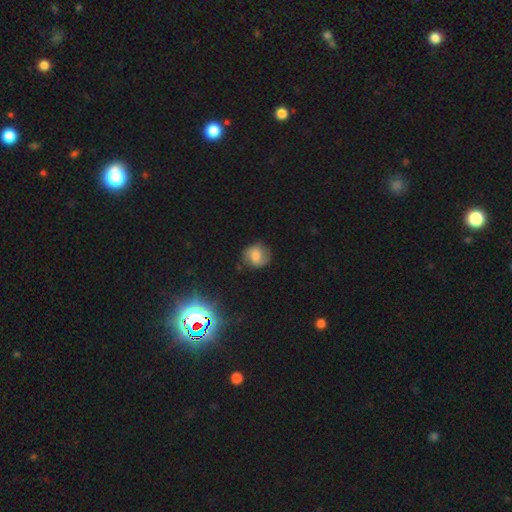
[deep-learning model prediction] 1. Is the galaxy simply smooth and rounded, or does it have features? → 54% smooth, 34% featured or disk, 13% star or artifact.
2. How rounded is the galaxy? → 78% round, 20% in between, 1% cigar-shaped.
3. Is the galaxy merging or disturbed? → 75% none, 18% minor disturbance, 5% major disturbance, 2% merger.